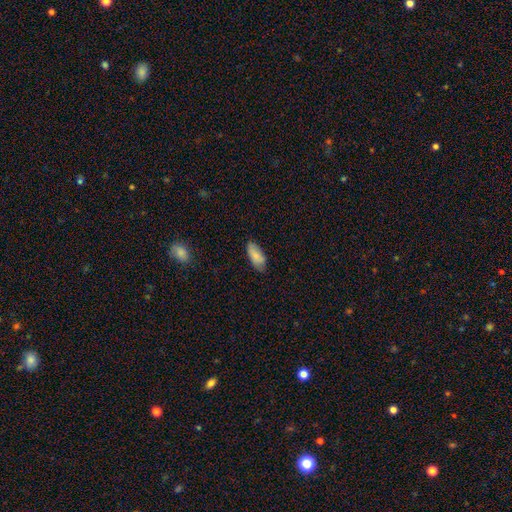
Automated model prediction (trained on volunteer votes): smooth-or-featured: smooth: 83% | featured or disk: 11% | star or artifact: 6%
  how-rounded: in between: 87% | cigar-shaped: 11% | round: 2%
  merging: none: 78% | minor disturbance: 18% | major disturbance: 3% | merger: 1%